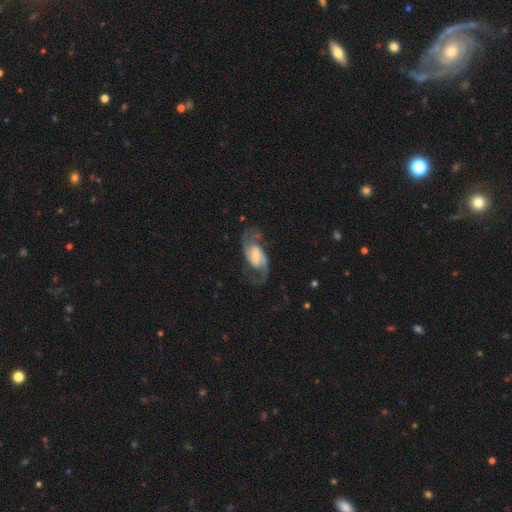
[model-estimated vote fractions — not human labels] smooth-or-featured: featured or disk: 86% | smooth: 8% | star or artifact: 5%
  disk-edge-on: no: 96% | yes: 4%
    bar: weak: 49% | strong: 26% | no: 25%
    has-spiral-arms: yes: 96% | no: 4%
      spiral-winding: medium: 48% | loose: 41% | tight: 12%
      spiral-arm-count: 2: 91% | can't tell: 3% | 1: 3% | 3: 1% | 4: 1% | more than 4: 1%
    bulge-size: small: 43% (tied) | moderate: 43% (tied) | large: 8% | none: 5% | dominant: 1%
  merging: none: 69% | minor disturbance: 15% | major disturbance: 14% | merger: 2%